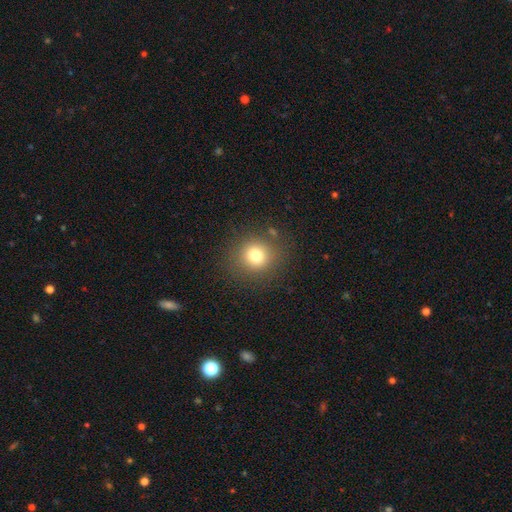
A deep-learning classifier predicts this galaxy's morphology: smooth 77%, star or artifact 14%, featured or disk 9%. Down the decision tree: how rounded — round (88%); merging — none (85%).